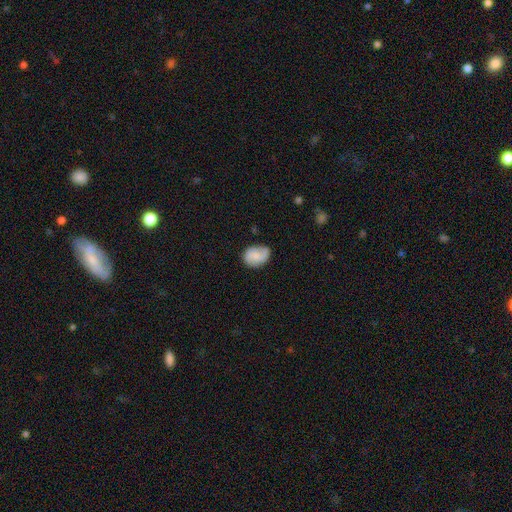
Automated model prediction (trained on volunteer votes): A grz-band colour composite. It shows a smooth galaxy with no disk features (47%). Merging: none (68%).